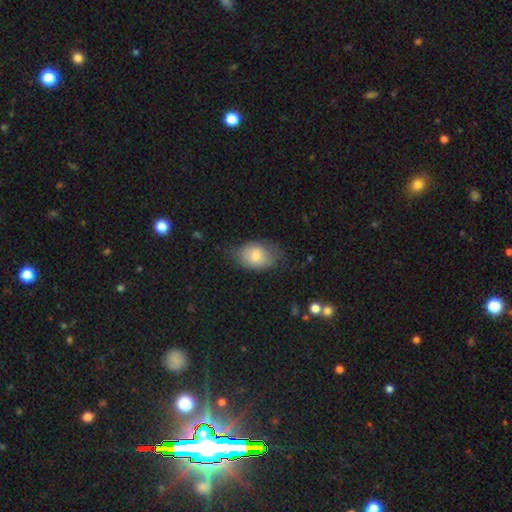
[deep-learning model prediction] A smooth galaxy with no disk features (76%) that is in between round and cigar-shaped (80%).

Vote fractions:
- Smooth or featured? smooth: 76% / featured or disk: 17% / star or artifact: 7%
- How rounded? in between: 80% / round: 19% / cigar-shaped: 1%
- Merging? none: 59% / minor disturbance: 29% / major disturbance: 10% / merger: 1%